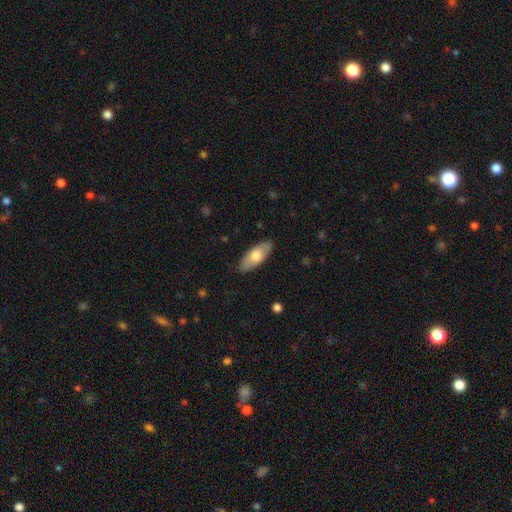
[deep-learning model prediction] Overall: smooth (66%; featured or disk 29%). How rounded: in between (81%). Merging: none (84%).